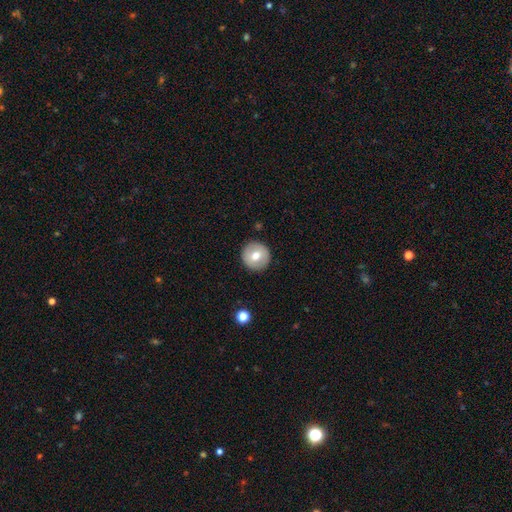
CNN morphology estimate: Smooth or featured: smooth — 67% (featured or disk — 25%)
How rounded: round — 95% (in between — 4%)
Merging: none — 91% (minor disturbance — 6%)